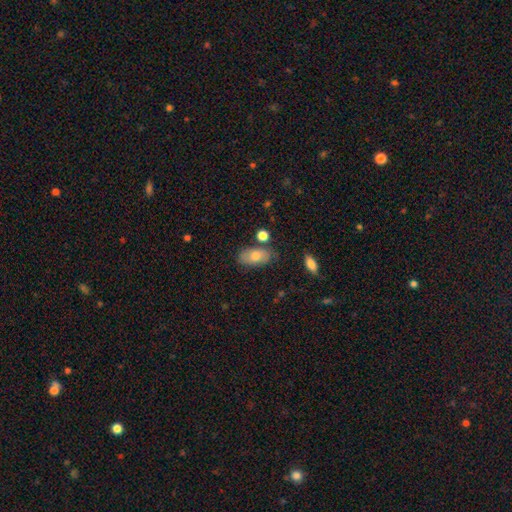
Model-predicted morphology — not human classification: A smooth galaxy with no disk features (72%) that is in between round and cigar-shaped (91%).

Vote fractions:
- Smooth or featured? smooth: 72% / featured or disk: 20% / star or artifact: 8%
- How rounded? in between: 91% / round: 6% / cigar-shaped: 4%
- Merging? none: 74% / minor disturbance: 17% / merger: 6% / major disturbance: 4%